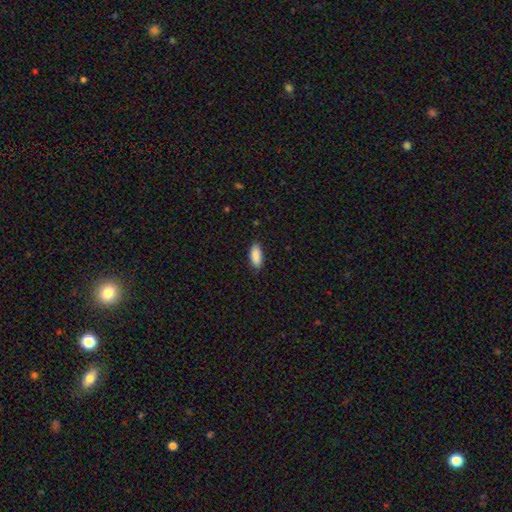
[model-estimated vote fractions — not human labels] Smooth or featured: smooth — 90% (star or artifact — 6%)
How rounded: in between — 85% (cigar-shaped — 13%)
Merging: none — 85% (minor disturbance — 12%)